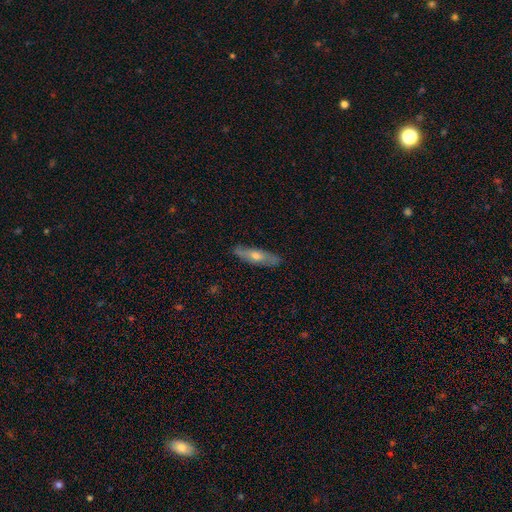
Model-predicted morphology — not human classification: This appears to be a featured or disk galaxy (49%). Merging: none (86%).